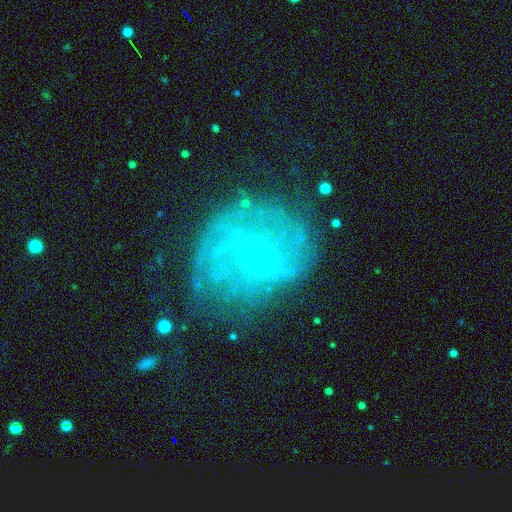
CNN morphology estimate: Overall: featured or disk (70%). Edge-on disk: no (98%). Bar: no (57%; weak 37%). Spiral arms: yes (70%; no 30%). Bulge size: small (55%; none 27%). Merging: none (58%; minor disturbance 21%).